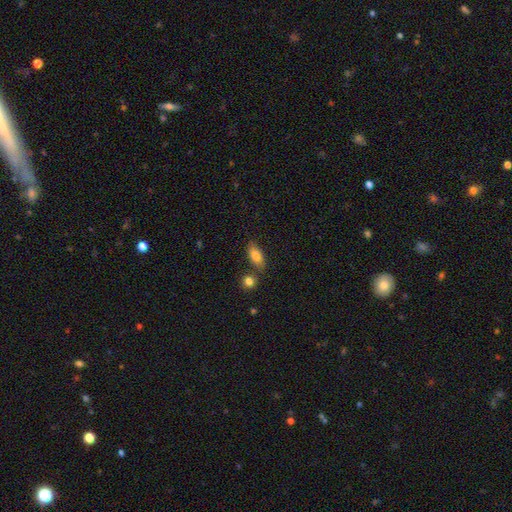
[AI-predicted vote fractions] Q: Smooth or featured?
A: smooth (81%); runner-up: featured or disk (11%)
Q: How rounded?
A: in between (86%); runner-up: cigar-shaped (10%)
Q: Merging?
A: none (72%); runner-up: minor disturbance (13%)